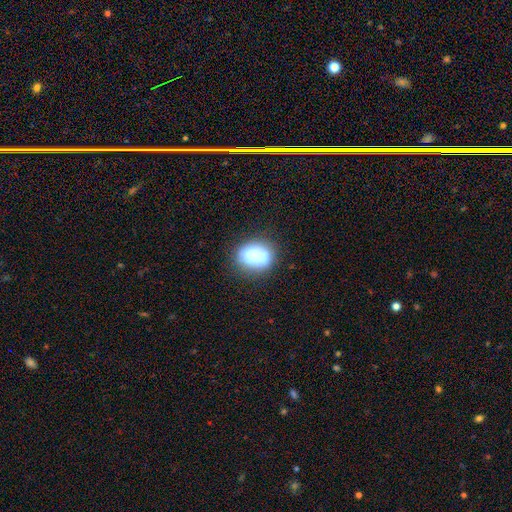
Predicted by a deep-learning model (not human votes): Smooth or featured: smooth — 72% (featured or disk — 18%)
How rounded: in between — 63% (round — 35%)
Merging: none — 56% (minor disturbance — 23%)